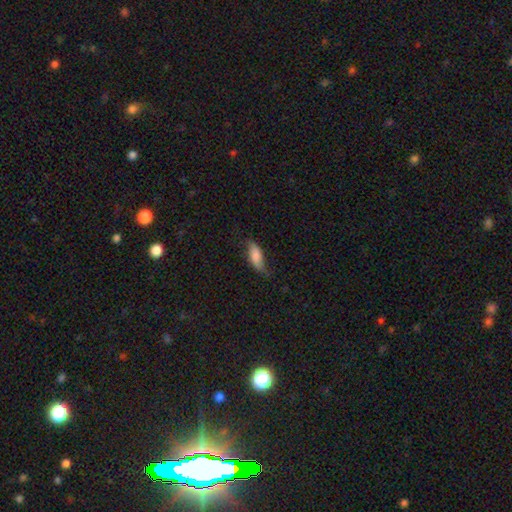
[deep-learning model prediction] Q: Smooth or featured?
A: smooth (70%); runner-up: featured or disk (23%)
Q: How rounded?
A: in between (77%); runner-up: cigar-shaped (21%)
Q: Merging?
A: none (60%); runner-up: minor disturbance (29%)